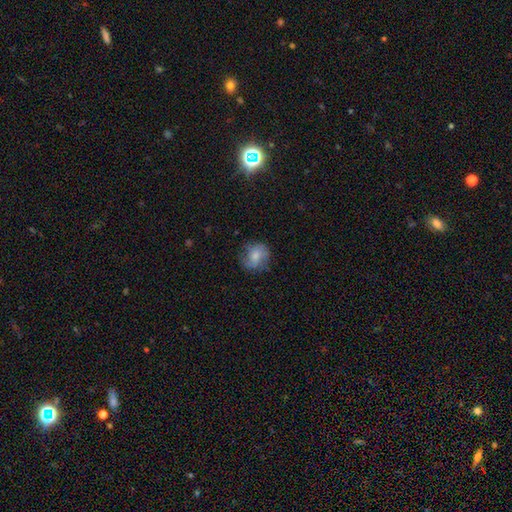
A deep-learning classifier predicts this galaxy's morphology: The model was most divided on "smooth or featured": smooth: 64%, featured or disk: 28%, star or artifact: 8%. More confident: how rounded — round (69%); merging — none (65%).